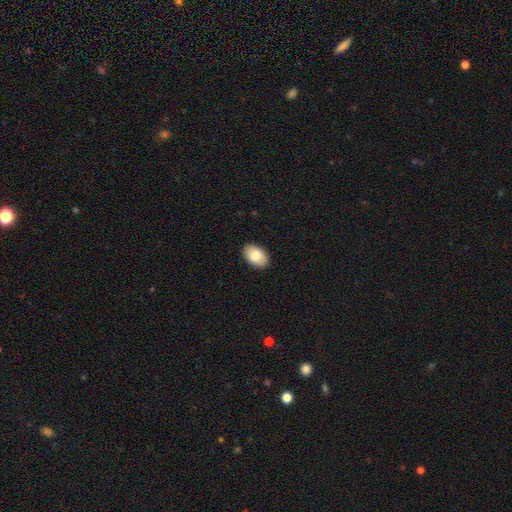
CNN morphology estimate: smooth 84%, featured or disk 10%, star or artifact 6%. Down the decision tree: how rounded — in between (91%); merging — none (89%).